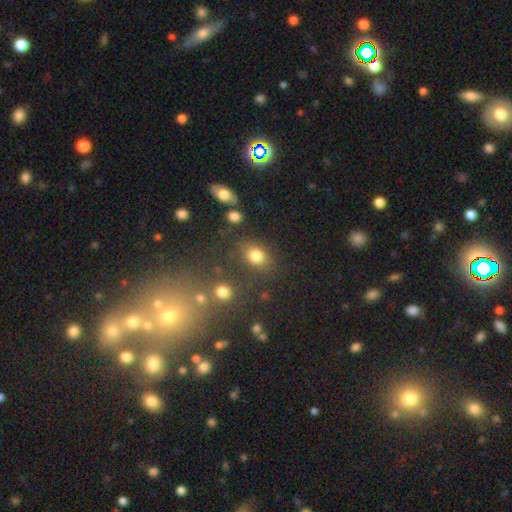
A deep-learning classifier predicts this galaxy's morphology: A smooth galaxy with no disk features (78%) that is in between round and cigar-shaped (55%).

Vote fractions:
- Smooth or featured? smooth: 78% / star or artifact: 14% / featured or disk: 8%
- How rounded? in between: 55% / round: 43% / cigar-shaped: 2%
- Merging? none: 73% / minor disturbance: 14% / merger: 7% / major disturbance: 6%